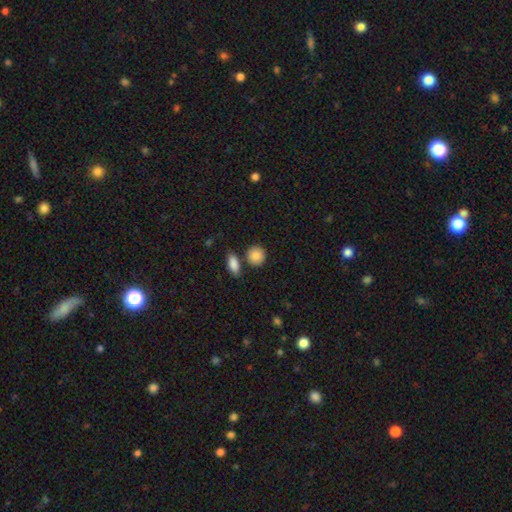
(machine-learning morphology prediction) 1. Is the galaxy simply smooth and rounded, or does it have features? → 88% smooth, 7% star or artifact, 5% featured or disk.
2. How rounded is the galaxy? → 83% round, 16% in between, 2% cigar-shaped.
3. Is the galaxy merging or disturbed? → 75% none, 12% merger, 10% minor disturbance, 3% major disturbance.